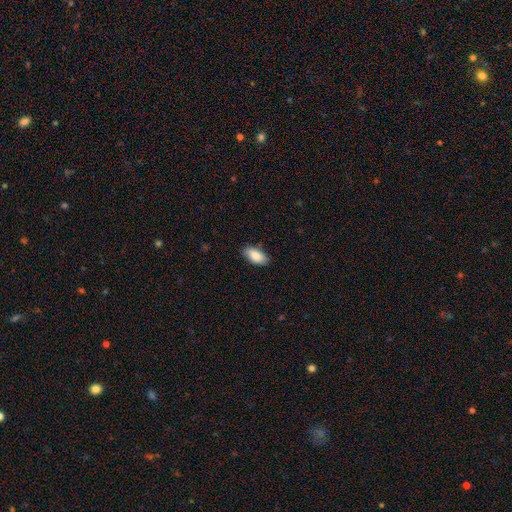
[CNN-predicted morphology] Smooth or featured? Predicted: smooth (p=0.86). How rounded? Predicted: in between (p=0.92). Merging? Predicted: none (p=0.84).